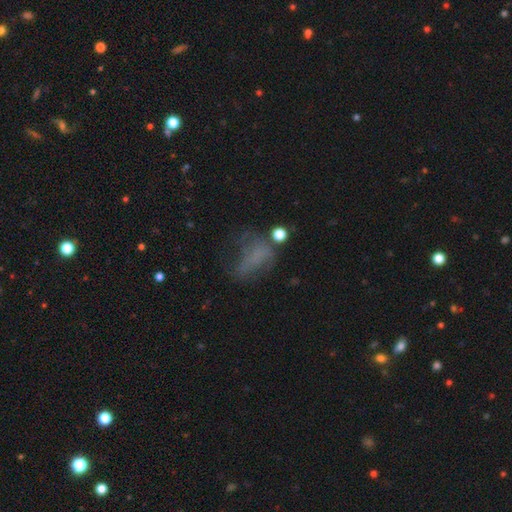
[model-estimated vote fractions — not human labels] A smooth galaxy with no disk features (45%).

Vote fractions:
- Smooth or featured? smooth: 45% / featured or disk: 30% / star or artifact: 25%
- Merging? major disturbance: 40% / none: 33% / minor disturbance: 21% / merger: 7%